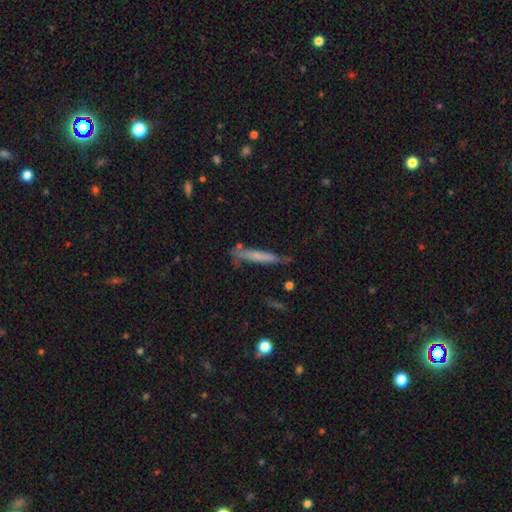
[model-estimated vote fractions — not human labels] Smooth or featured? Predicted: smooth (p=0.59). How rounded? Predicted: cigar-shaped (p=0.94). Merging? Predicted: none (p=0.62).